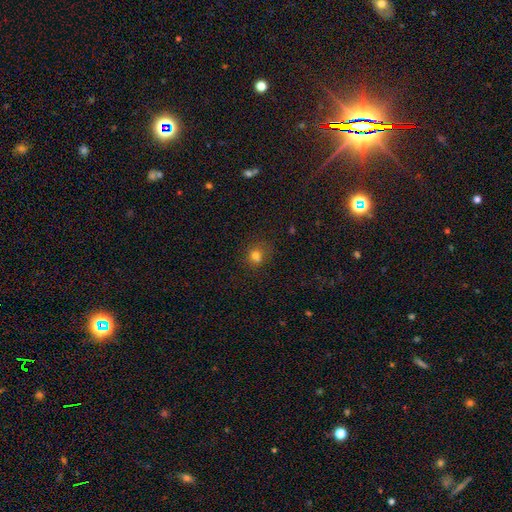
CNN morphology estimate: Q: Smooth or featured?
A: smooth (74%); runner-up: star or artifact (17%)
Q: How rounded?
A: round (75%); runner-up: in between (24%)
Q: Merging?
A: none (60%); runner-up: merger (17%)